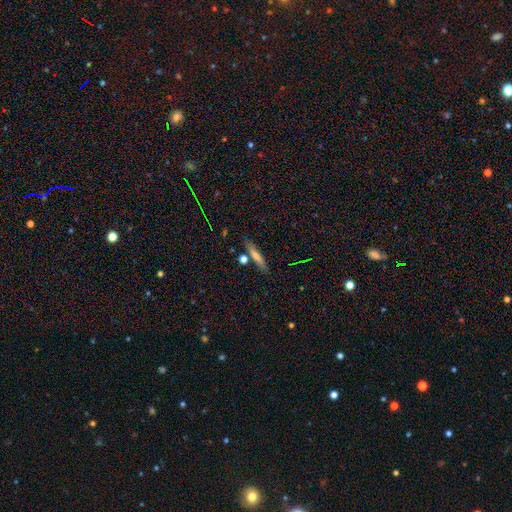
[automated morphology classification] Q: Smooth or featured?
A: smooth (59%); runner-up: featured or disk (32%)
Q: How rounded?
A: cigar-shaped (88%); runner-up: in between (9%)
Q: Merging?
A: none (82%); runner-up: minor disturbance (10%)